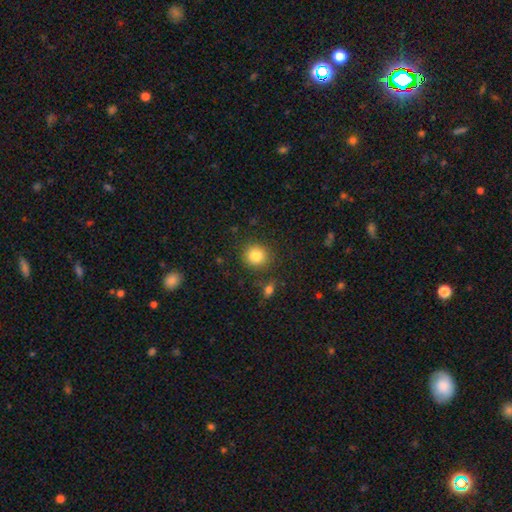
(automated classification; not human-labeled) Smooth or featured? smooth (84%)
How rounded? round (87%)
Merging? none (87%)